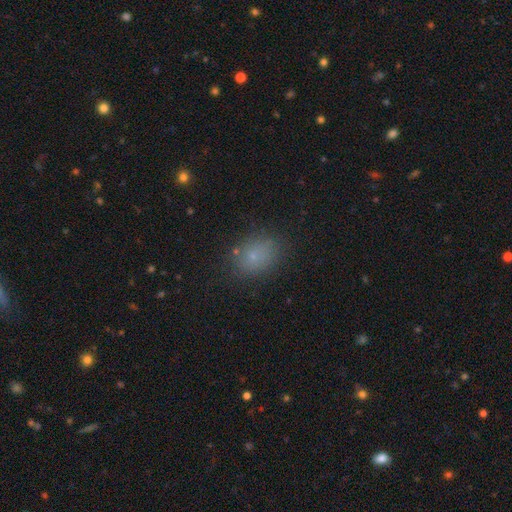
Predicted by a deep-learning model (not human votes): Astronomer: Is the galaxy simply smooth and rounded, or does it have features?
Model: smooth — 74%.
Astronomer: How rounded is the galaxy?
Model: in between — 65%.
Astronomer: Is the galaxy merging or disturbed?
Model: none — 81%.